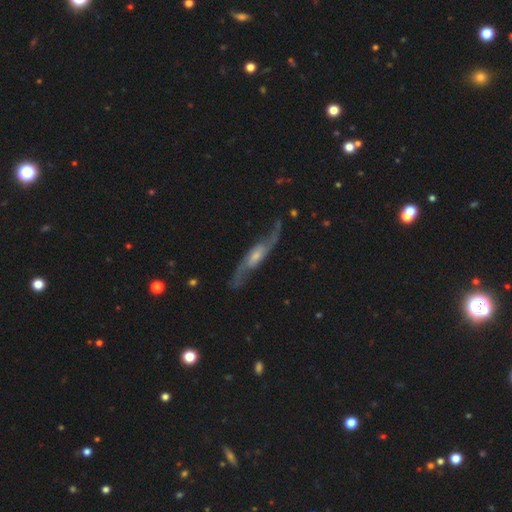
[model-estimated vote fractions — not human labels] This appears to be a featured or disk galaxy (83%) with no bar (48%), 2 (91%) loose (67%) spiral arms (95%) and a small central bulge (44%). Merging: none (73%).